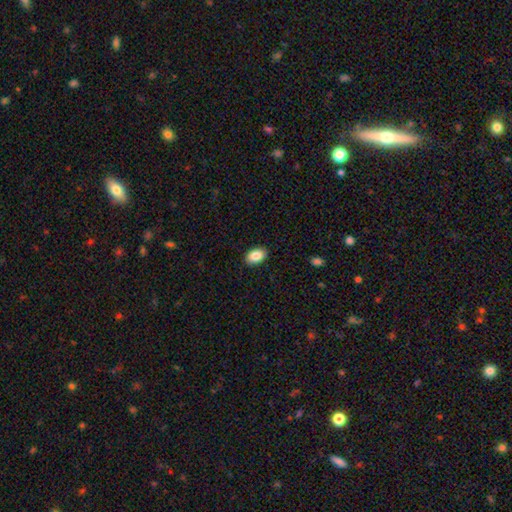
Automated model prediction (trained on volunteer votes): A smooth galaxy with no disk features (87%) that is in between round and cigar-shaped (90%). Merging: none (90%).